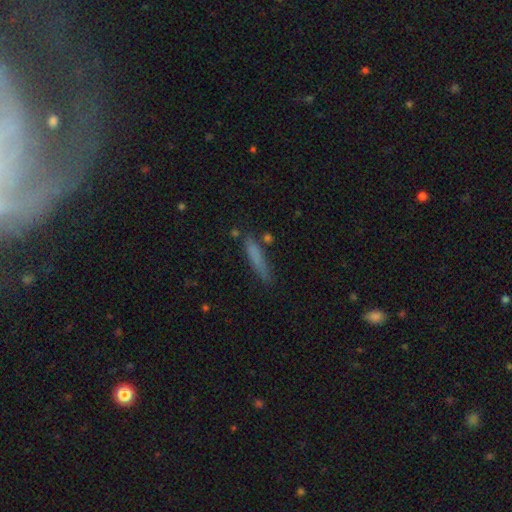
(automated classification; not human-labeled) The model was most divided on "smooth or featured": smooth: 74%, featured or disk: 17%, star or artifact: 8%. More confident: how rounded — cigar-shaped (91%); merging — none (75%).